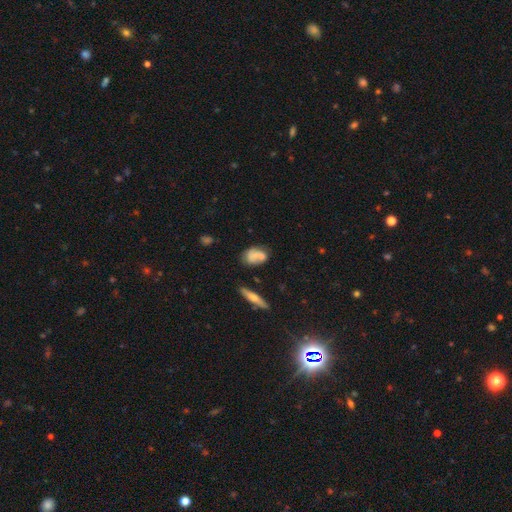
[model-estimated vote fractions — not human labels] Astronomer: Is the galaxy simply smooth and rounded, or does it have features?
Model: smooth — 65%.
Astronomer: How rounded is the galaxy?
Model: in between — 73%.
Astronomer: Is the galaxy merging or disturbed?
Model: none — 53%.